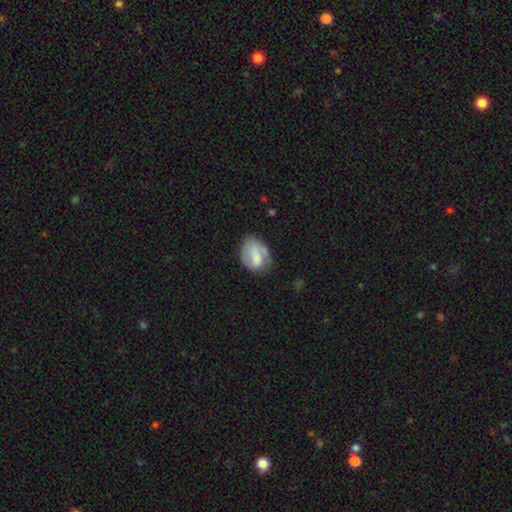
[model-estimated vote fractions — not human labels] smooth_or_featured: smooth (p=0.57) [alt: featured or disk p=0.35]
how_rounded: in between (p=0.70) [alt: round p=0.29]
merging: none (p=0.53) [alt: minor disturbance p=0.30]